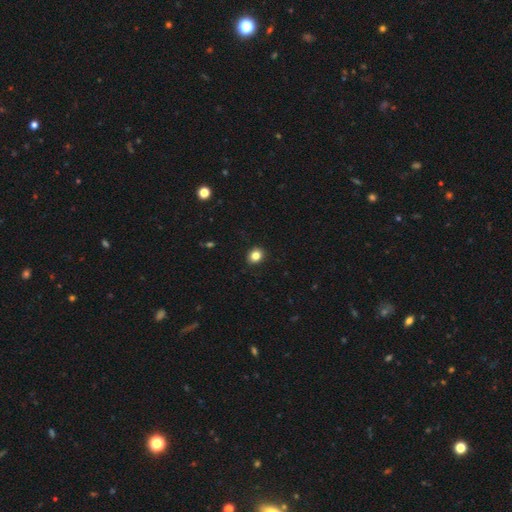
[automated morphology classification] smooth-or-featured: smooth: 84% | star or artifact: 11% | featured or disk: 5%
  how-rounded: round: 67% | in between: 33% | cigar-shaped: 1%
  merging: none: 91% | minor disturbance: 6% | major disturbance: 2% | merger: 1%